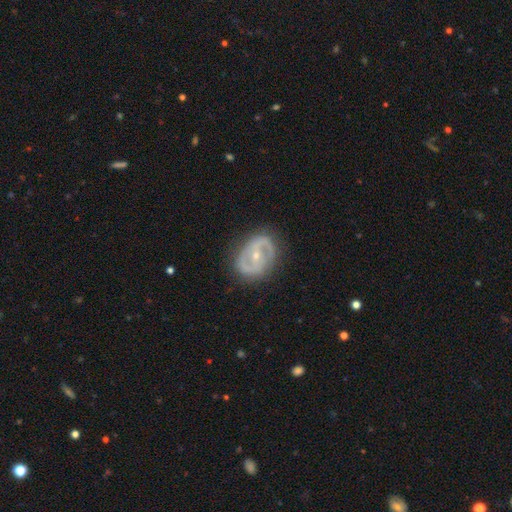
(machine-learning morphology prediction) The model was most divided on "bar": no: 38%, weak: 33%, strong: 28%. More confident: edge-on disk — no (95%); smooth or featured — featured or disk (79%); merging — none (76%); spiral arms — yes (64%); bulge size — small (60%).